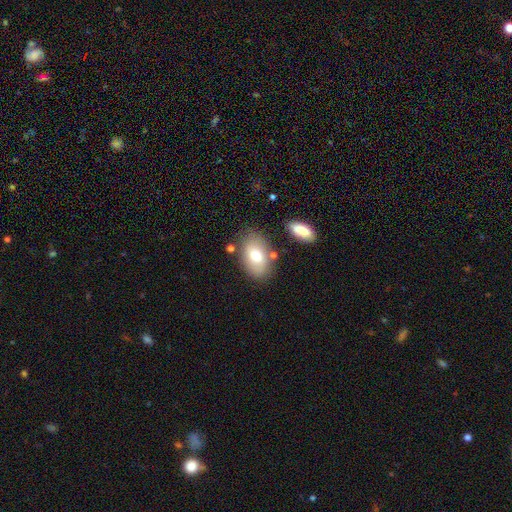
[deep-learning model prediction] Morphology: type=smooth (71%); roundness=in between (89%); merging=none (73%).